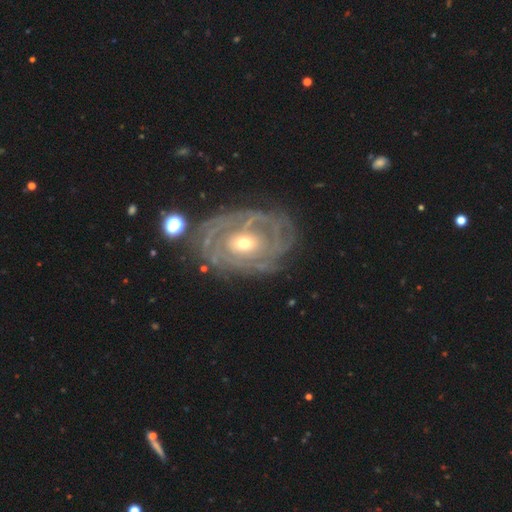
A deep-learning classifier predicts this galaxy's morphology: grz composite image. It shows a featured or disk galaxy (83%) with no bar (54%), tight (74%) spiral arms (84%) and a moderate central bulge (56%). Merging: none (73%).